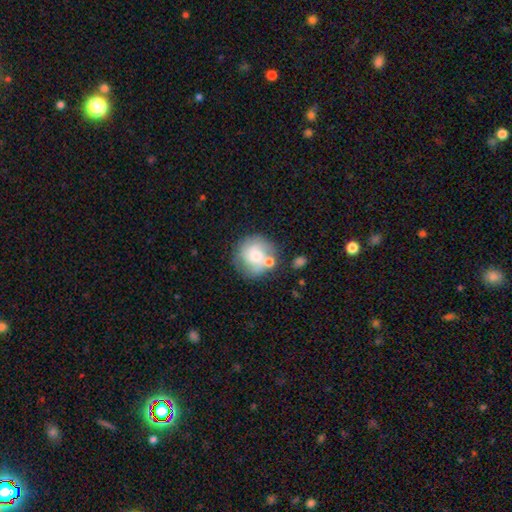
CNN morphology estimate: type=featured or disk (46%, tied with smooth); merging=none (59%).